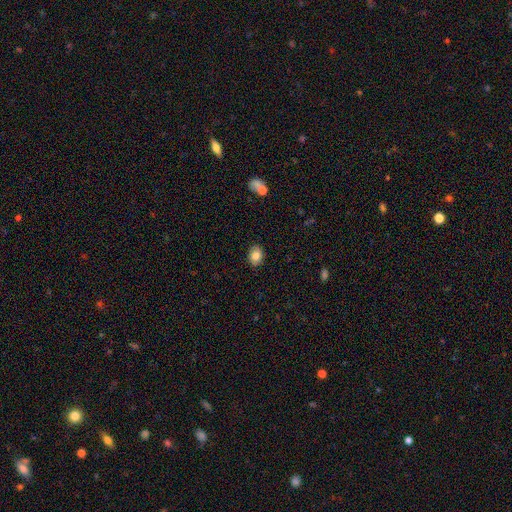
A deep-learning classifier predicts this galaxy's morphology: smooth 83%, star or artifact 9%, featured or disk 8%. Down the decision tree: how rounded — in between (64%); merging — none (87%).